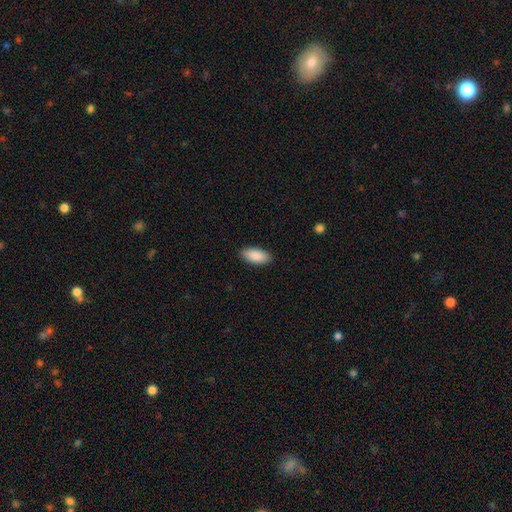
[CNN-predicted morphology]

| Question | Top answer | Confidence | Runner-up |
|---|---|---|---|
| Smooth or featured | smooth | 90% | star or artifact (6%) |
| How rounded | in between | 90% | cigar-shaped (8%) |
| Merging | none | 89% | minor disturbance (8%) |